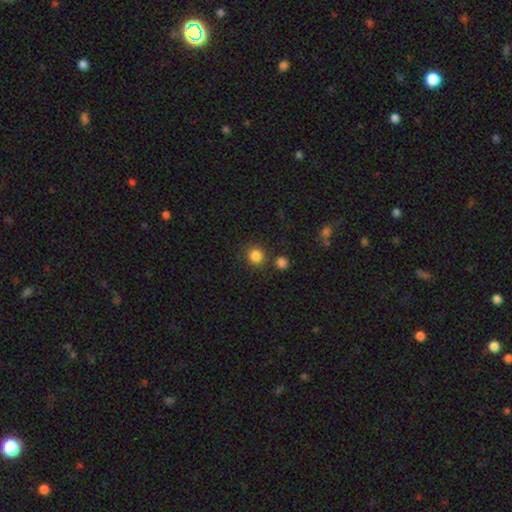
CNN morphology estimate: A smooth galaxy with no disk features (84%) that is round (91%).

Vote fractions:
- Smooth or featured? smooth: 84% / star or artifact: 12% / featured or disk: 4%
- How rounded? round: 91% / in between: 8% / cigar-shaped: 1%
- Merging? none: 80% / merger: 9% / minor disturbance: 8% / major disturbance: 3%